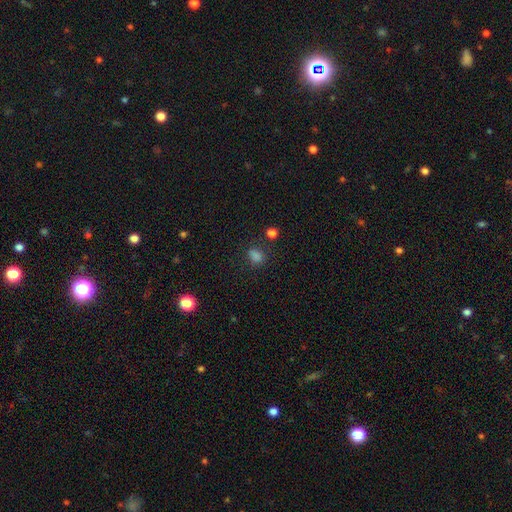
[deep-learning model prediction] Smooth or featured: smooth — 76% (star or artifact — 19%)
How rounded: in between — 57% (round — 42%)
Merging: none — 70% (minor disturbance — 17%)